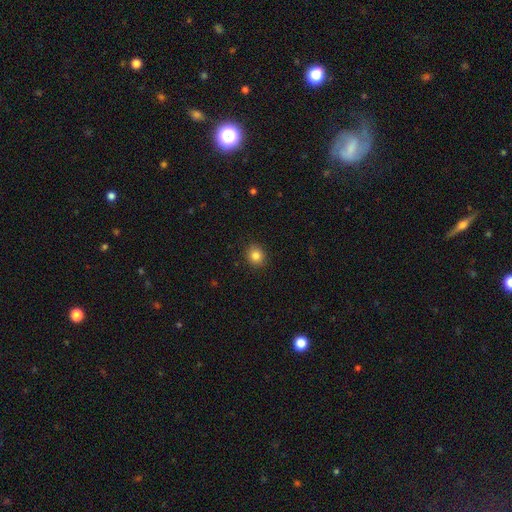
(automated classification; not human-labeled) Q: Smooth or featured?
A: smooth (84%); runner-up: star or artifact (11%)
Q: How rounded?
A: round (76%); runner-up: in between (23%)
Q: Merging?
A: none (90%); runner-up: minor disturbance (7%)